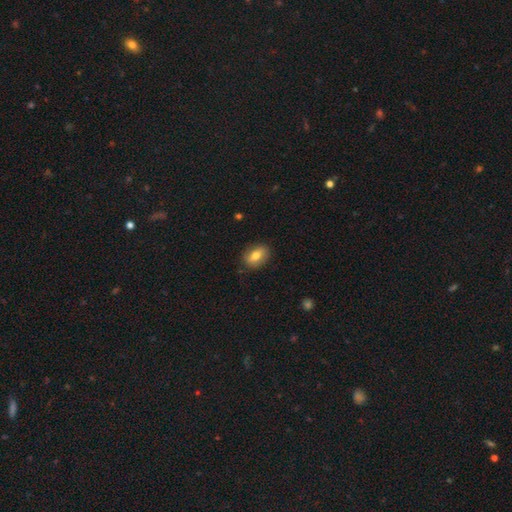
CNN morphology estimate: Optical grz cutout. It shows a smooth galaxy with no disk features (72%) that is in between round and cigar-shaped (79%). Merging: none (83%).